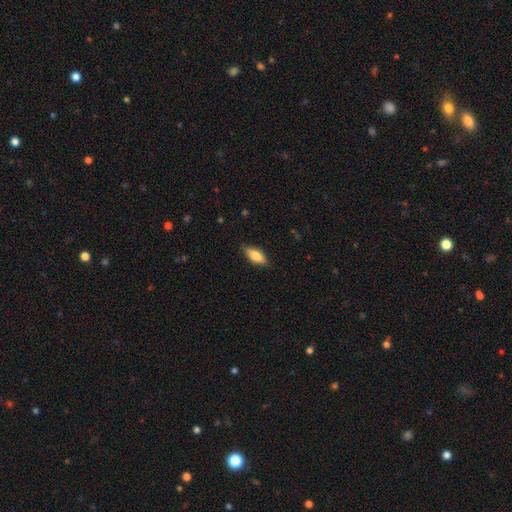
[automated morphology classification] Smooth or featured? Predicted: smooth (p=0.75). How rounded? Predicted: in between (p=0.77). Merging? Predicted: none (p=0.82).